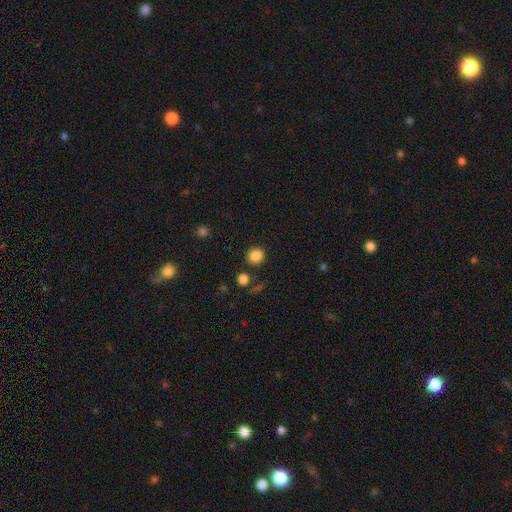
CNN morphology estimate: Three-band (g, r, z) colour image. It shows a smooth galaxy with no disk features (86%) that is round (89%). Merging: none (86%).